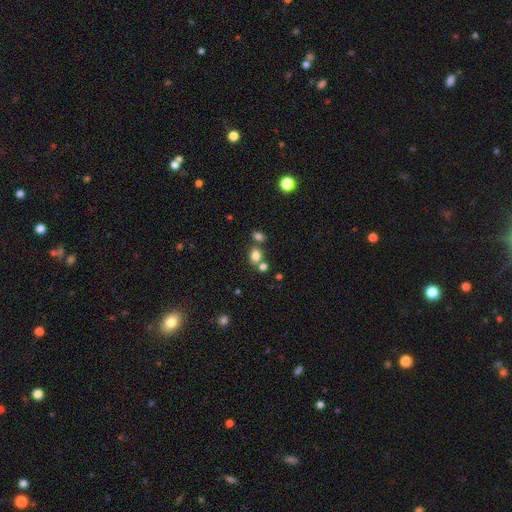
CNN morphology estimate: The model was most divided on "how rounded": round: 58%, in between: 41%, cigar-shaped: 1%. More confident: smooth or featured — smooth (78%); merging — none (60%).